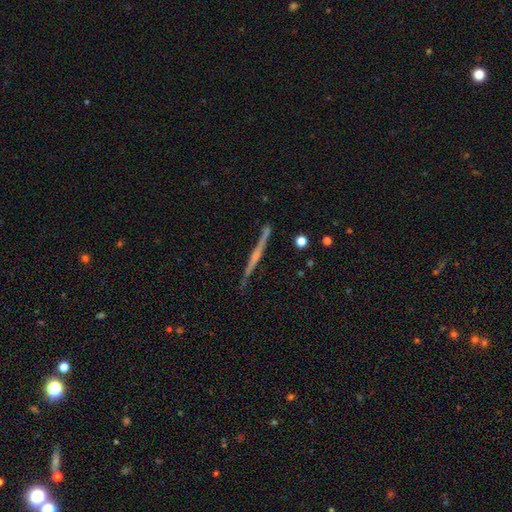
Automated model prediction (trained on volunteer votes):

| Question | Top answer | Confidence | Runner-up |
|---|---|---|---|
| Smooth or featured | featured or disk | 71% | smooth (22%) |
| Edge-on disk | yes | 98% | no (2%) |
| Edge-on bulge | none | 44% | tied: rounded (44%) |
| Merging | none | 85% | minor disturbance (10%) |